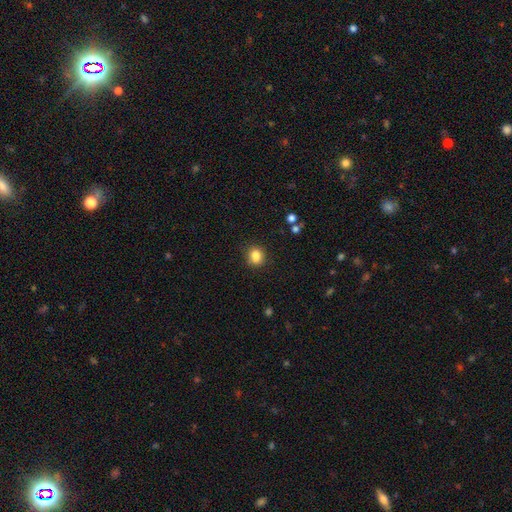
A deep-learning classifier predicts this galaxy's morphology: Smooth or featured?
  - smooth: 85% *
  - star or artifact: 10%
  - featured or disk: 5%
How rounded?
  - round: 74% *
  - in between: 25%
  - cigar-shaped: 1%
Merging?
  - none: 86% *
  - minor disturbance: 10%
  - major disturbance: 3%
  - merger: 2%